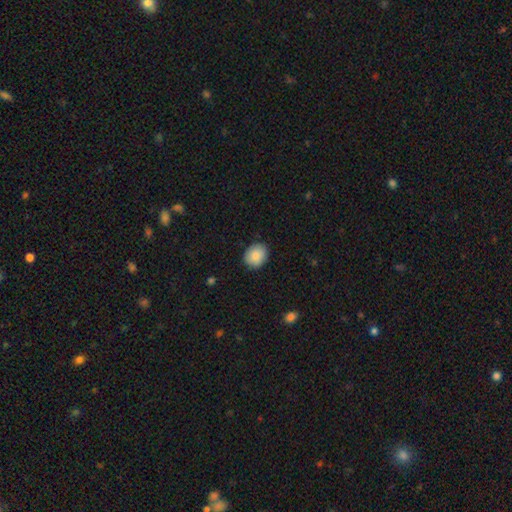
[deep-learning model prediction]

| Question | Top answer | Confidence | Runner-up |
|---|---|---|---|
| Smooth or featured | smooth | 86% | star or artifact (7%) |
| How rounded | round | 60% | in between (39%) |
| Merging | none | 87% | minor disturbance (10%) |